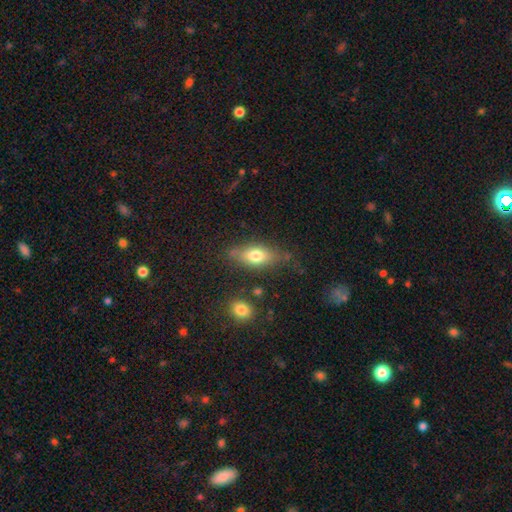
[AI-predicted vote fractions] Overall: smooth (71%). How rounded: in between (80%). Merging: none (70%).